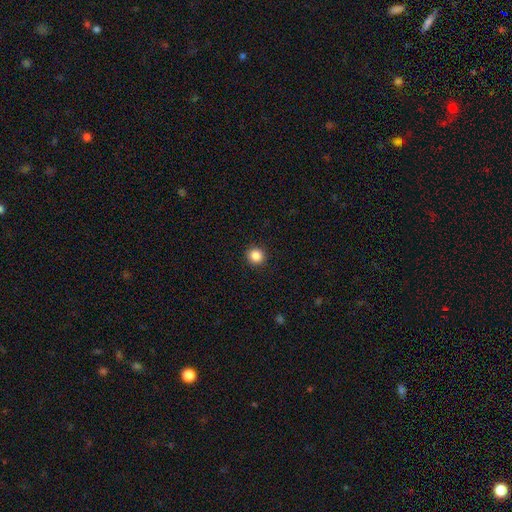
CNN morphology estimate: Smooth or featured: smooth — 87% (star or artifact — 10%)
How rounded: round — 91% (in between — 8%)
Merging: none — 92% (minor disturbance — 5%)